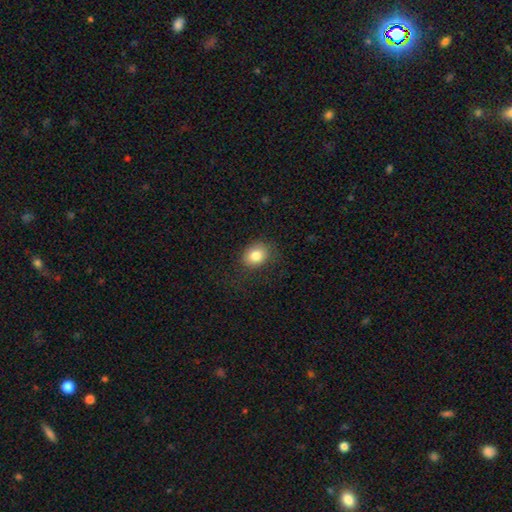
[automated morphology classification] This is clearly a smooth galaxy (82%). How rounded: possibly round (53%). Merging: likely none (79%).